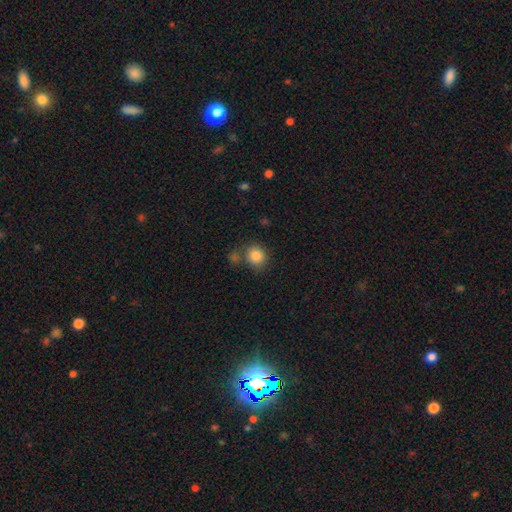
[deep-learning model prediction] This appears to be a smooth galaxy with no disk features (85%) that is round (84%). Merging: none (65%).